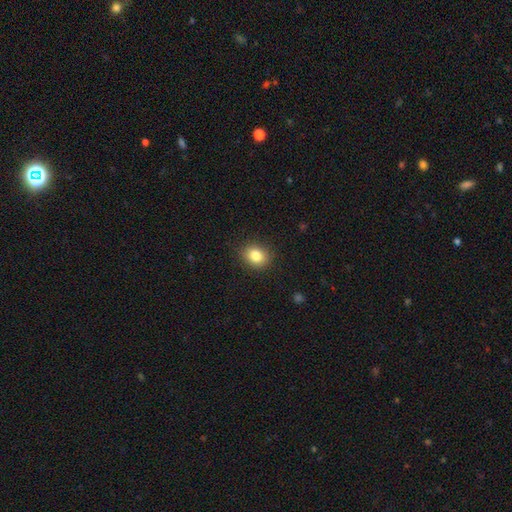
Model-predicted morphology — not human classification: A smooth galaxy with no disk features (84%) that is round (57%).

Vote fractions:
- Smooth or featured? smooth: 84% / star or artifact: 10% / featured or disk: 6%
- How rounded? round: 57% / in between: 42% / cigar-shaped: 1%
- Merging? none: 88% / minor disturbance: 9% / major disturbance: 2% / merger: 1%